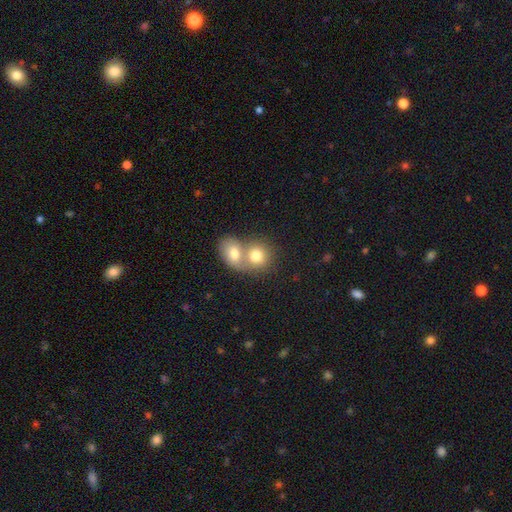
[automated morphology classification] This appears to be a smooth galaxy with no disk features (76%) that is round (66%). Merging: merger (69%).